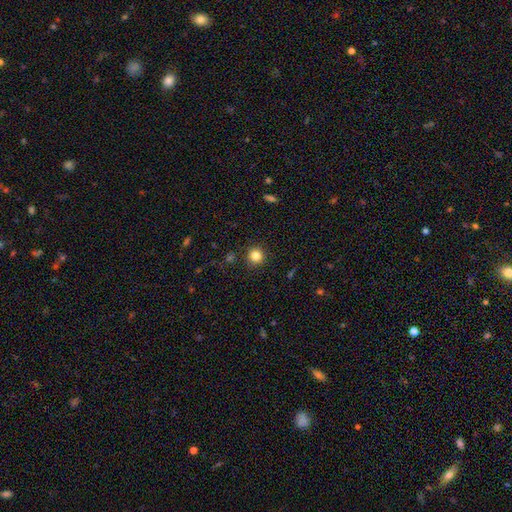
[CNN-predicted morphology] The model was most divided on "smooth or featured": smooth: 83%, star or artifact: 12%, featured or disk: 5%. More confident: how rounded — round (94%); merging — none (91%).